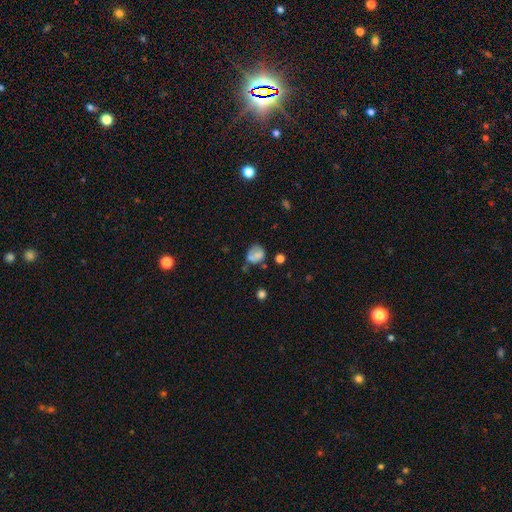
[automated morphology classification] type=smooth (66%); roundness=round (56%); merging=none (39%).